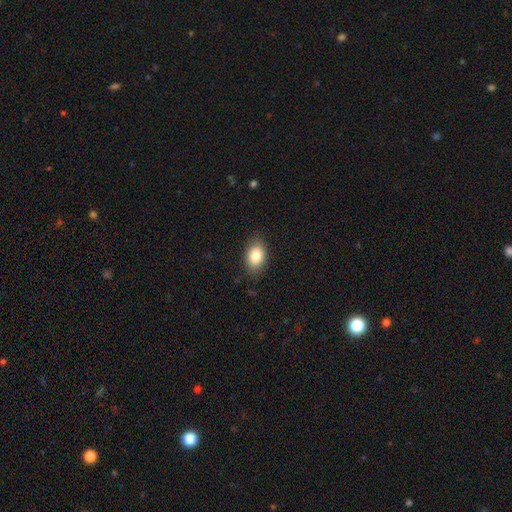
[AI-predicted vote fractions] The model was most divided on "merging": none: 83%, minor disturbance: 13%, major disturbance: 3%, merger: 1%. More confident: smooth or featured — smooth (85%); how rounded — in between (85%).